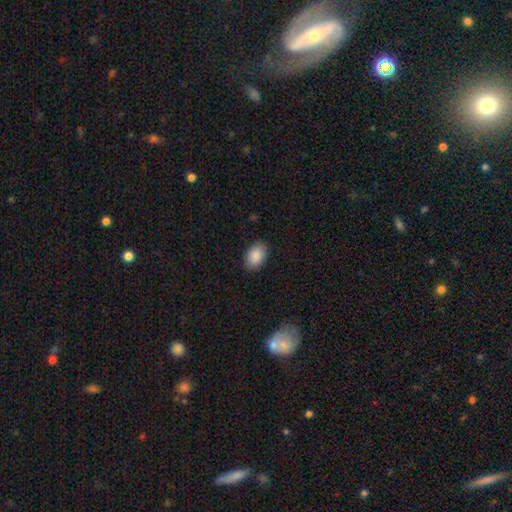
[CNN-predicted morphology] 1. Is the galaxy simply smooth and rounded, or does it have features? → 89% smooth, 7% star or artifact, 4% featured or disk.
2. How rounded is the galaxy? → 83% in between, 16% round, 1% cigar-shaped.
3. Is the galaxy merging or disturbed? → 87% none, 9% minor disturbance, 2% major disturbance, 1% merger.